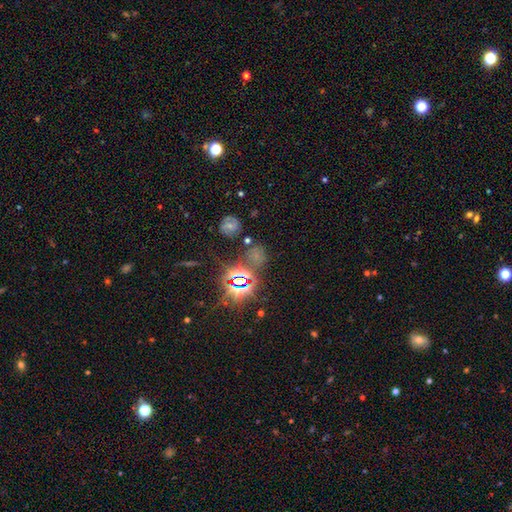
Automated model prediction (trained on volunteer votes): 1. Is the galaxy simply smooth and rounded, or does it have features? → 69% star or artifact, 21% smooth, 10% featured or disk.